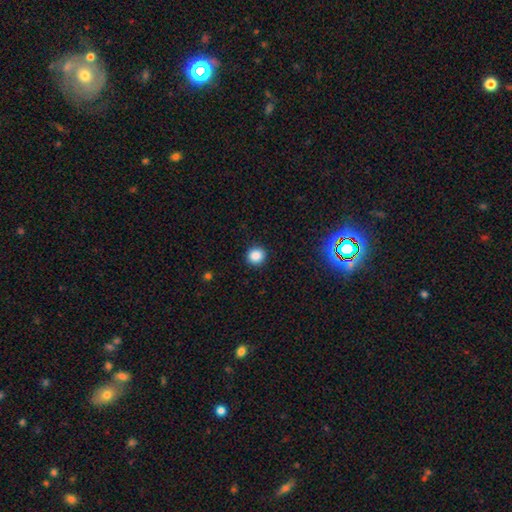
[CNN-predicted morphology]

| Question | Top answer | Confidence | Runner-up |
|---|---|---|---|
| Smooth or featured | smooth | 86% | star or artifact (11%) |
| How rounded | round | 91% | in between (8%) |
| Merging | none | 91% | minor disturbance (6%) |